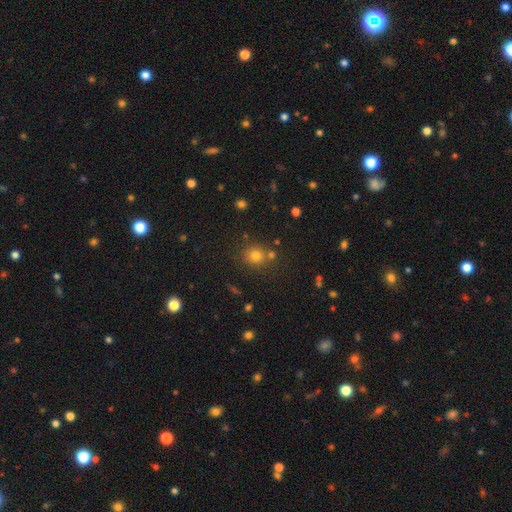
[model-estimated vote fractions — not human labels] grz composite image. It shows a smooth galaxy with no disk features (74%) that is round (86%). Merging: none (74%).